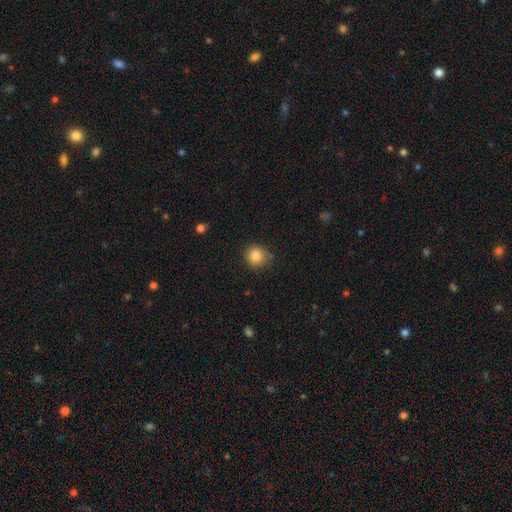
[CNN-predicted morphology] smooth-or-featured: smooth: 84% | star or artifact: 11% | featured or disk: 5%
  how-rounded: round: 92% | in between: 7% | cigar-shaped: 1%
  merging: none: 82% | minor disturbance: 12% | major disturbance: 3% | merger: 3%